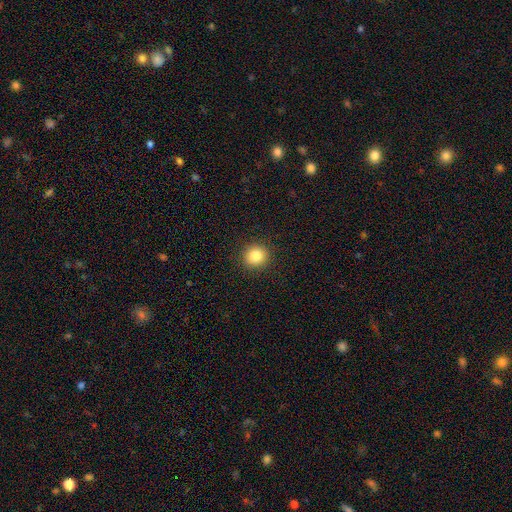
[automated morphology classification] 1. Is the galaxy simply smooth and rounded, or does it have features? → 85% smooth, 10% star or artifact, 5% featured or disk.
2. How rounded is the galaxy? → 88% round, 11% in between, 1% cigar-shaped.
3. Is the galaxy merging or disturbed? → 91% none, 6% minor disturbance, 2% major disturbance, 1% merger.